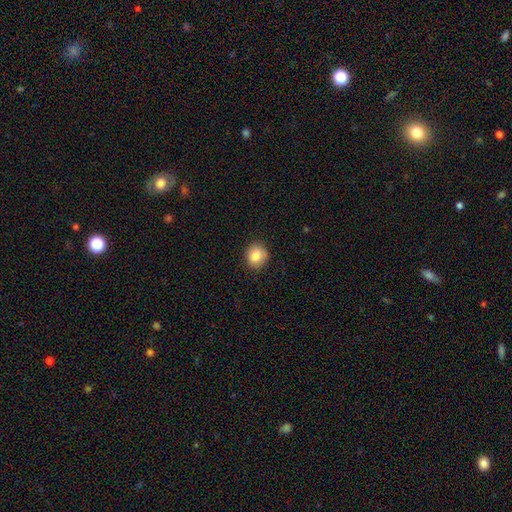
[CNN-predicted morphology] Smooth or featured? Predicted: smooth (p=0.84). How rounded? Predicted: round (p=0.80). Merging? Predicted: none (p=0.85).